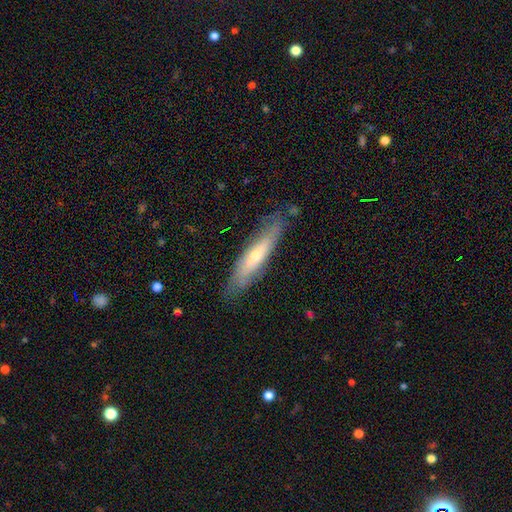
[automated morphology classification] Smooth or featured? featured or disk (51%)
Edge-on disk? yes (57%)
Merging? none (77%)